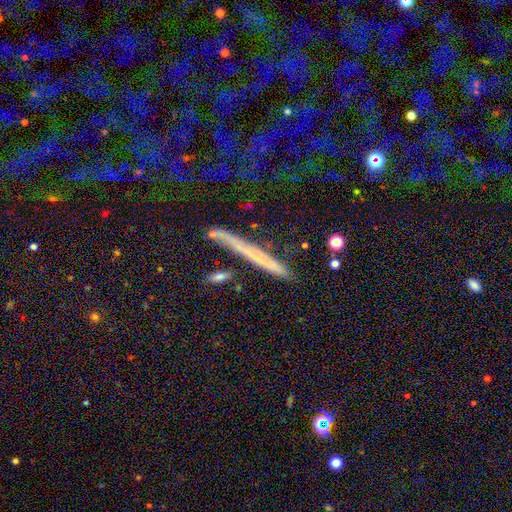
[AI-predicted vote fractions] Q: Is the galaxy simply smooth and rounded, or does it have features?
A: smooth — 46%.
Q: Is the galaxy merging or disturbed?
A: none — 87%.